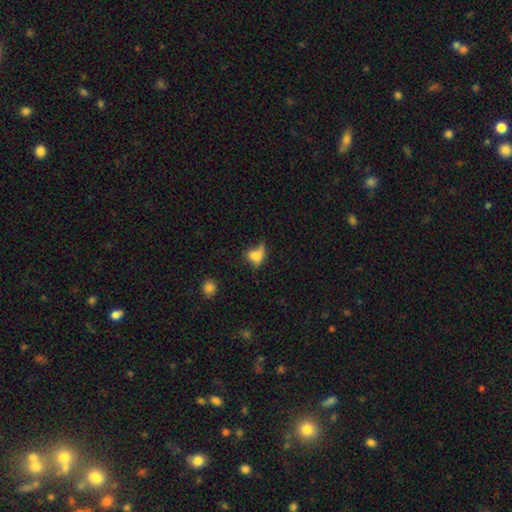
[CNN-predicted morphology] type=smooth (65%); roundness=in between (64%); merging=none (33%).